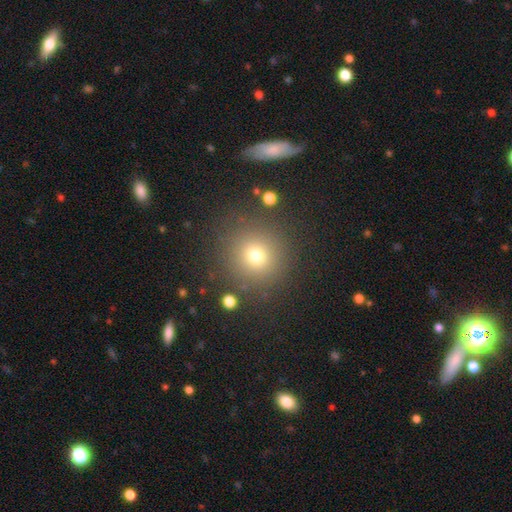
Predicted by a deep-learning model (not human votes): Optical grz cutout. It shows a smooth galaxy with no disk features (72%) that is round (94%). Merging: none (87%).